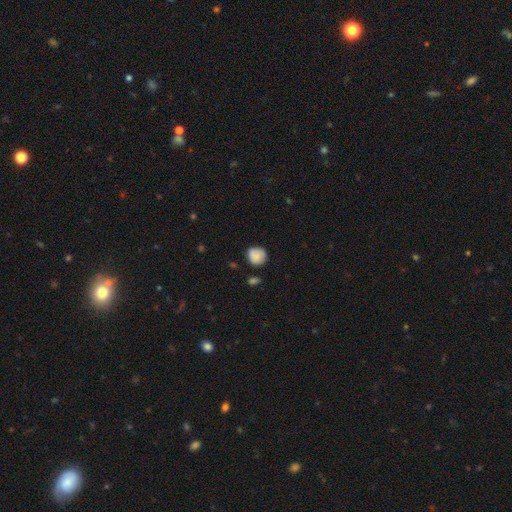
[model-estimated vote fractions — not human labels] This is clearly a smooth galaxy (84%). How rounded: clearly round (84%). Merging: likely none (70%).